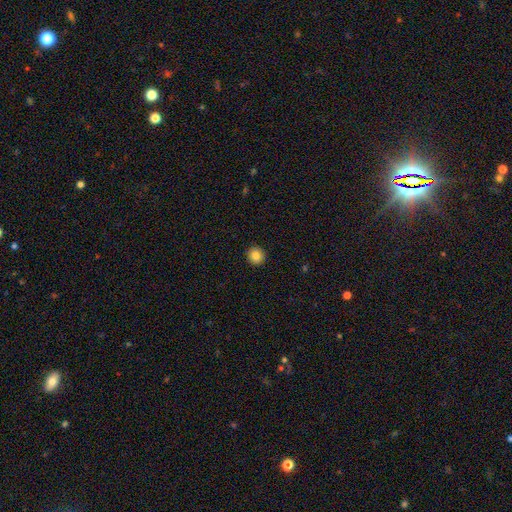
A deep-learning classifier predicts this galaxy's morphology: This appears to be a smooth galaxy with no disk features (84%) that is round (94%). Merging: none (93%).